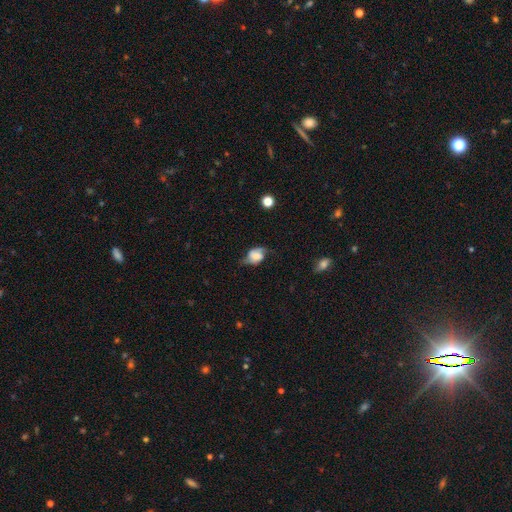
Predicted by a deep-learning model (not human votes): A featured or disk galaxy (47%). Merging: none (52%).